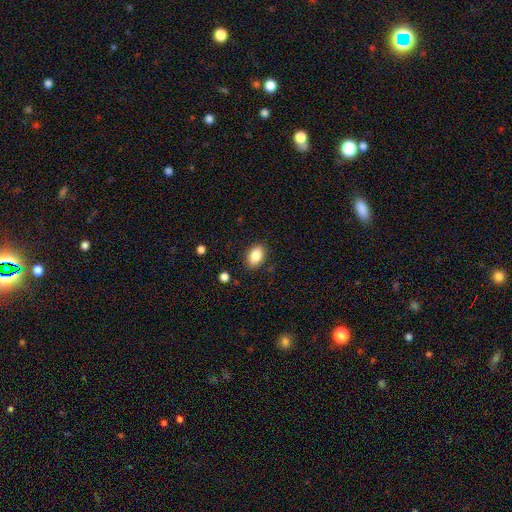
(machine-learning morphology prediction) Q: Smooth or featured?
A: smooth (86%); runner-up: star or artifact (8%)
Q: How rounded?
A: in between (85%); runner-up: round (13%)
Q: Merging?
A: none (86%); runner-up: minor disturbance (10%)